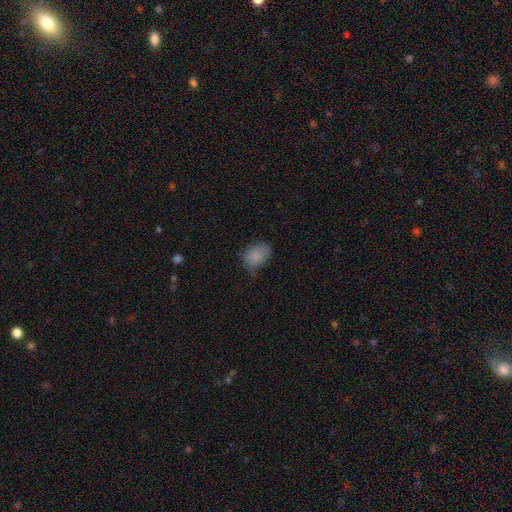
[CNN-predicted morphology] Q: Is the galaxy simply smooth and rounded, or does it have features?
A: smooth — 82%.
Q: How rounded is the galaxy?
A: in between — 69%.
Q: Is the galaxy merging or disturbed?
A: none — 47%.